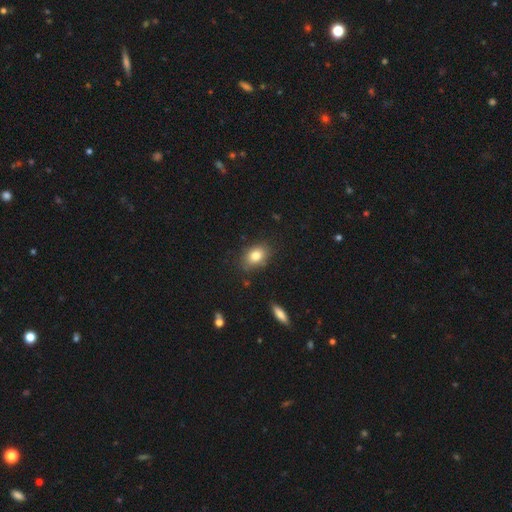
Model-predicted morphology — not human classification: smooth-or-featured: smooth: 81% | featured or disk: 10% | star or artifact: 9%
  how-rounded: in between: 77% | round: 22% | cigar-shaped: 2%
  merging: none: 82% | minor disturbance: 13% | major disturbance: 3% | merger: 2%